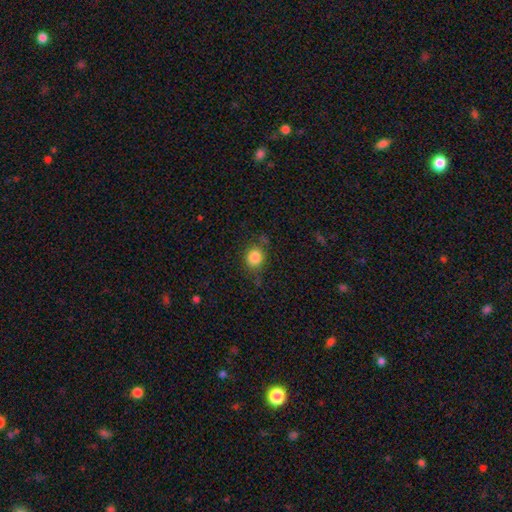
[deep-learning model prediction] Morphology: type=smooth (83%); roundness=round (75%); merging=none (73%).